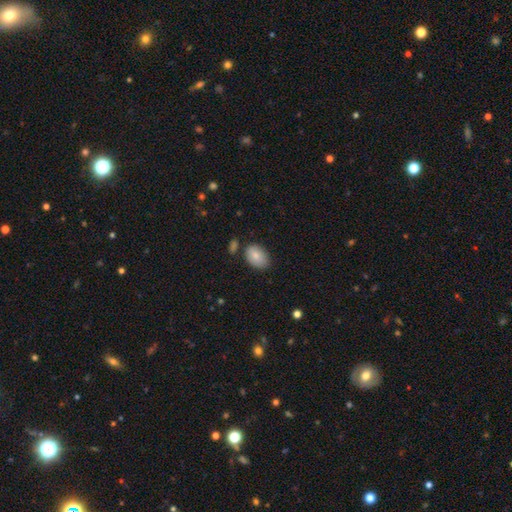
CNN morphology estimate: smooth 84%, featured or disk 9%, star or artifact 7%. Down the decision tree: how rounded — in between (86%); merging — none (69%).